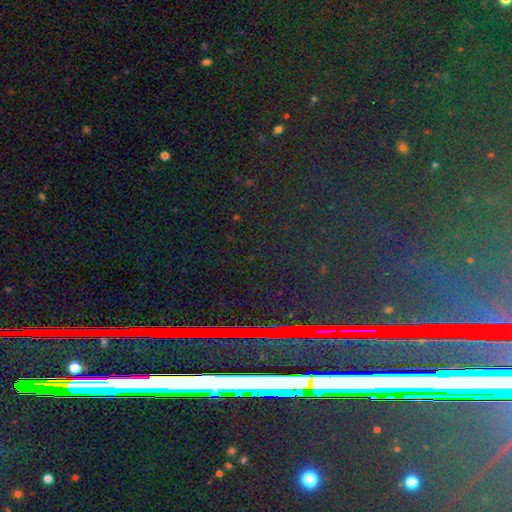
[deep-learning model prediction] A star or artifact, not a galaxy (83%).

Vote fractions:
- Smooth or featured? star or artifact: 83% / smooth: 9% / featured or disk: 8%